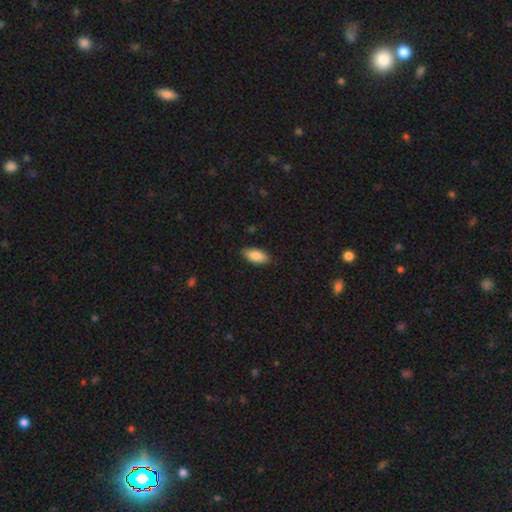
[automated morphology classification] Smooth or featured? smooth (86%)
How rounded? in between (89%)
Merging? none (86%)